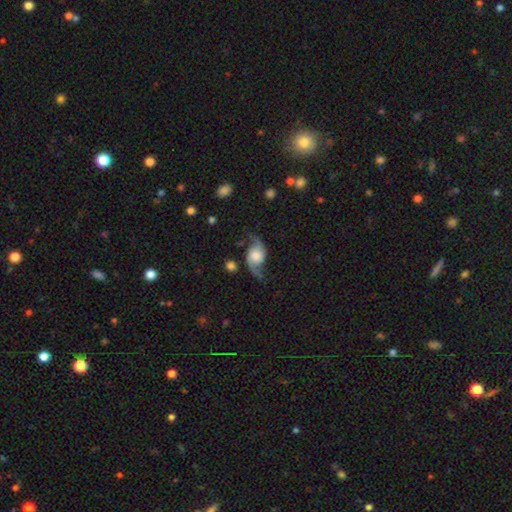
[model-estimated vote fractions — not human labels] featured or disk 86%, smooth 9%, star or artifact 5%. Down the decision tree: edge-on disk — no (96%); bar — no (66%); spiral arms — yes (96%); spiral arm count — 2 (94%); spiral winding — loose (76%); bulge size — large (40%); merging — none (73%).